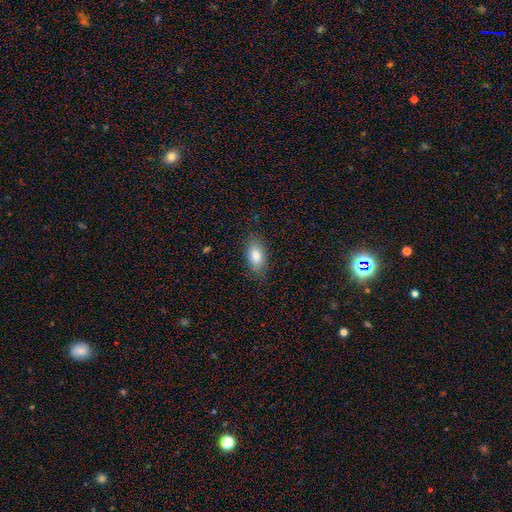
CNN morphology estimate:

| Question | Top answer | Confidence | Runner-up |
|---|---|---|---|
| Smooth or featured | smooth | 85% | featured or disk (8%) |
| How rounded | in between | 91% | round (5%) |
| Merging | none | 82% | minor disturbance (13%) |